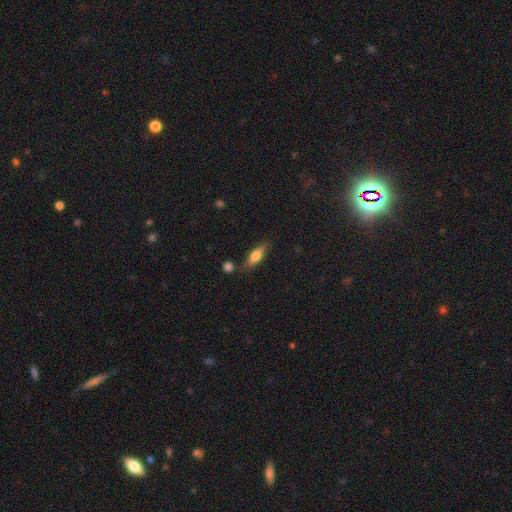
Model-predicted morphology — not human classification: This appears to be a smooth galaxy with no disk features (64%) that is in between round and cigar-shaped (55%). Merging: none (74%).